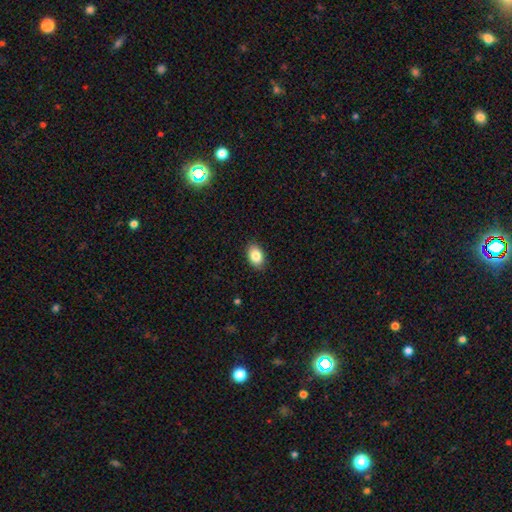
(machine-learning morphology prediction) This appears to be a smooth galaxy with no disk features (86%) that is in between round and cigar-shaped (87%). Merging: none (89%).